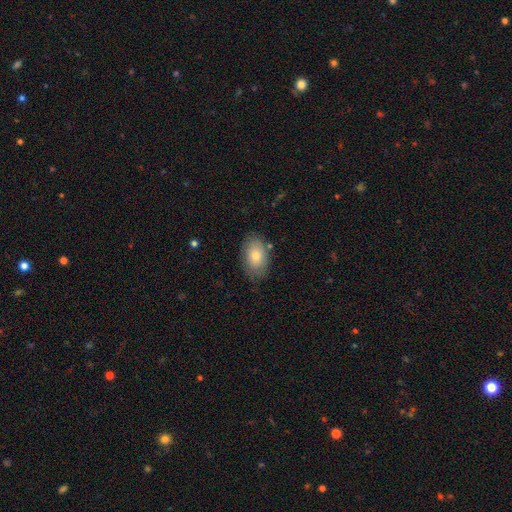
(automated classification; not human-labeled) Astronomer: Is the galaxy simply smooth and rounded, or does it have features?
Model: smooth — 78%.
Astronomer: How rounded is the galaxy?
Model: in between — 89%.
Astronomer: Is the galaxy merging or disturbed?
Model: none — 77%.